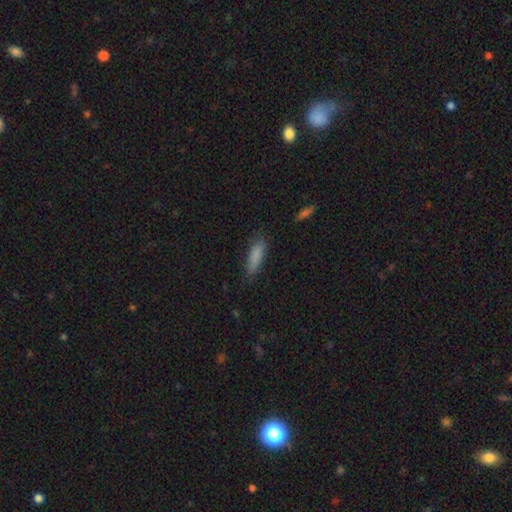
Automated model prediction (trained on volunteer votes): A smooth galaxy with no disk features (85%) that is cigar-shaped (59%). Merging: none (77%).